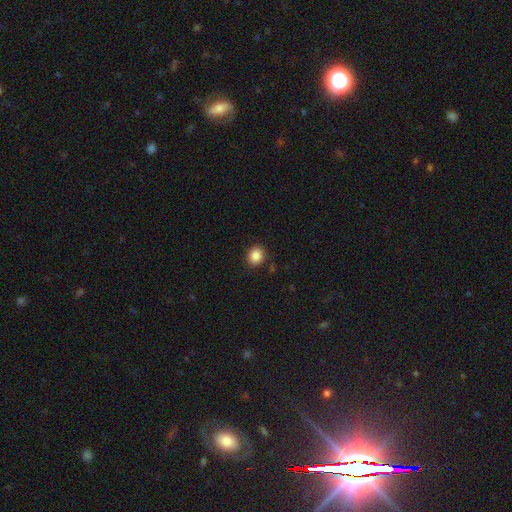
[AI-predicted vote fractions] smooth_or_featured: smooth (p=0.86) [alt: star or artifact p=0.10]
how_rounded: round (p=0.74) [alt: in between p=0.25]
merging: none (p=0.89) [alt: minor disturbance p=0.07]